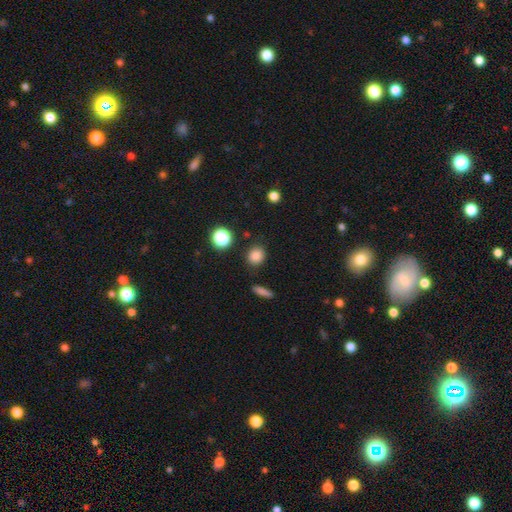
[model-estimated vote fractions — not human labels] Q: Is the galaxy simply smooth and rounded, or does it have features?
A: smooth — 83%.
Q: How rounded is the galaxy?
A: round — 71%.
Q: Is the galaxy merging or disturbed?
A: none — 85%.